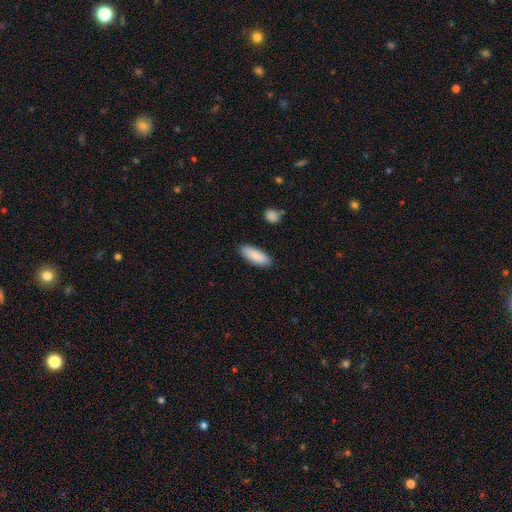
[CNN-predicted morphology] Smooth or featured?
  - smooth: 88% *
  - featured or disk: 6%
  - star or artifact: 6%
How rounded?
  - in between: 67% *
  - cigar-shaped: 31%
  - round: 2%
Merging?
  - none: 88% *
  - minor disturbance: 9%
  - major disturbance: 2%
  - merger: 1%